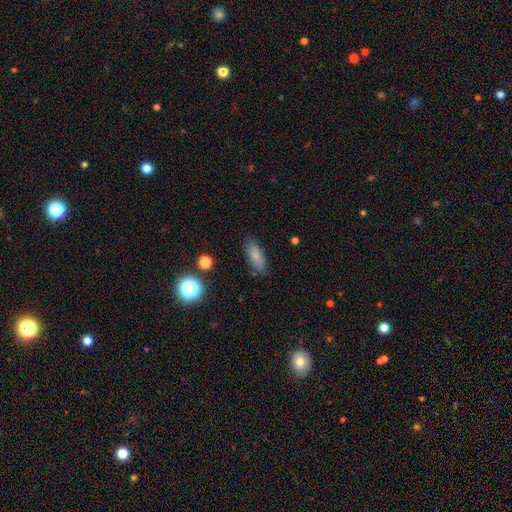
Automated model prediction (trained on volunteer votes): A smooth galaxy with no disk features (80%) that is in between round and cigar-shaped (77%). Merging: none (82%).